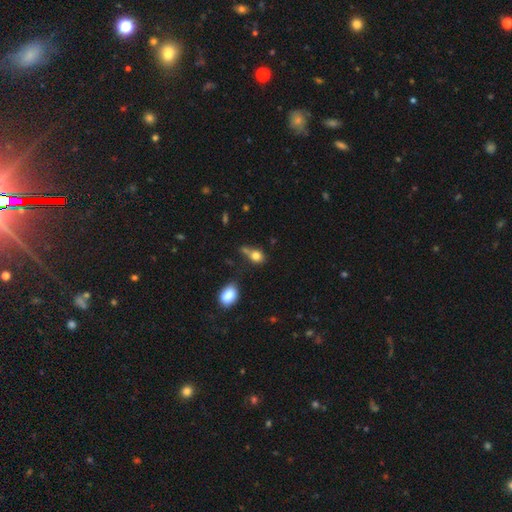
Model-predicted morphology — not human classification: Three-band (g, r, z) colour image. It shows a smooth galaxy with no disk features (79%) that is round (52%). Merging: none (47%).